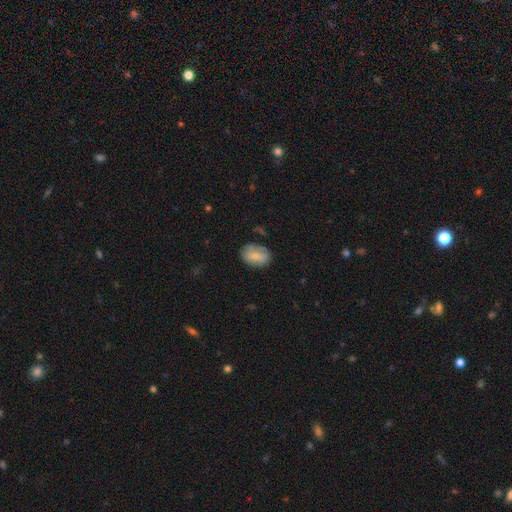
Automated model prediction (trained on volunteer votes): Smooth or featured: smooth — 75% (featured or disk — 18%)
How rounded: in between — 79% (round — 20%)
Merging: none — 70% (minor disturbance — 22%)